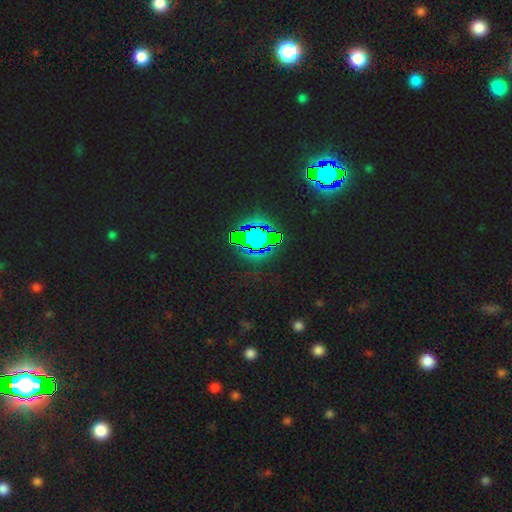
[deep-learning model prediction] Overall: star or artifact (83%).